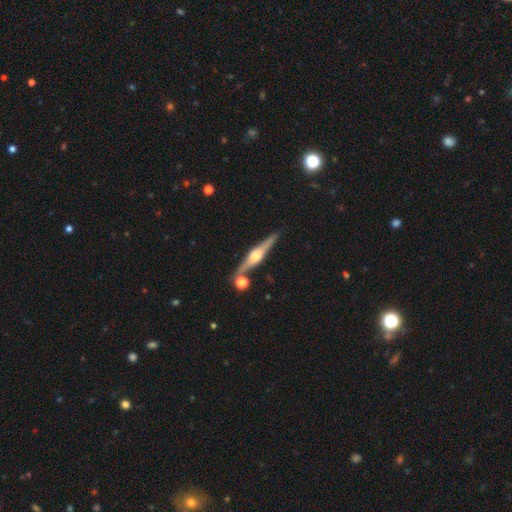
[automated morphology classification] smooth_or_featured: featured or disk (p=0.82) [alt: smooth p=0.13]
disk_edge_on: yes (p=0.98) [alt: no p=0.02]
edge_on_bulge: rounded (p=0.94) [alt: boxy p=0.05]
merging: none (p=0.82) [alt: minor disturbance p=0.08]